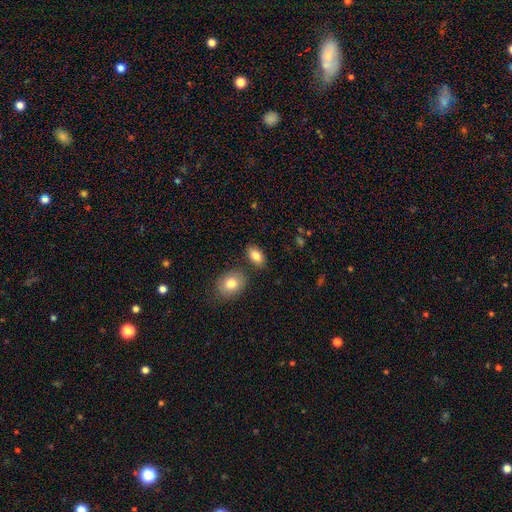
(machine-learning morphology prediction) A smooth galaxy with no disk features (84%) that is in between round and cigar-shaped (91%). Merging: none (78%).